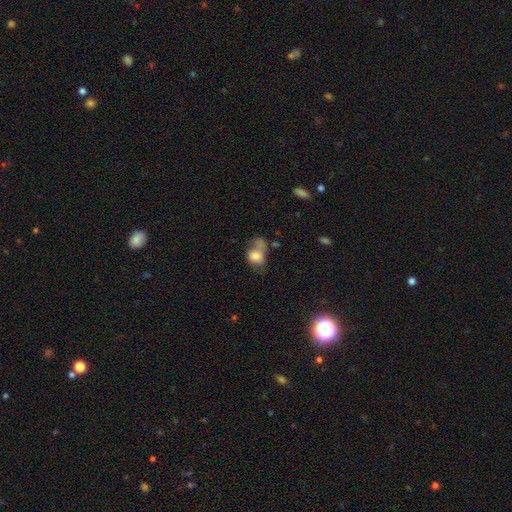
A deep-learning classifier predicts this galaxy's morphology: Overall: smooth (69%). How rounded: in between (62%; round 36%). Merging: merger (28%; none 25%).